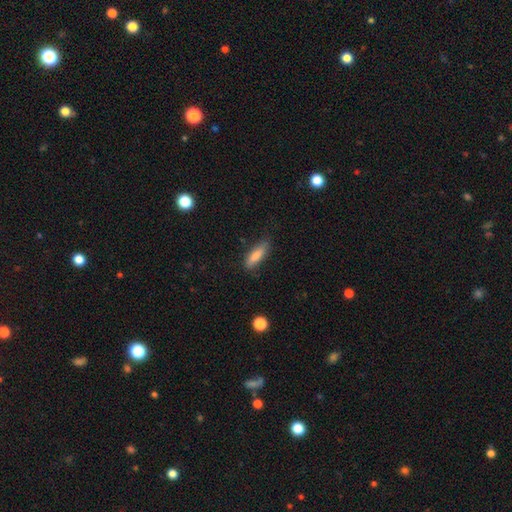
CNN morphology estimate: Q: Smooth or featured?
A: smooth (78%); runner-up: featured or disk (15%)
Q: How rounded?
A: cigar-shaped (52%); runner-up: in between (46%)
Q: Merging?
A: none (75%); runner-up: minor disturbance (19%)